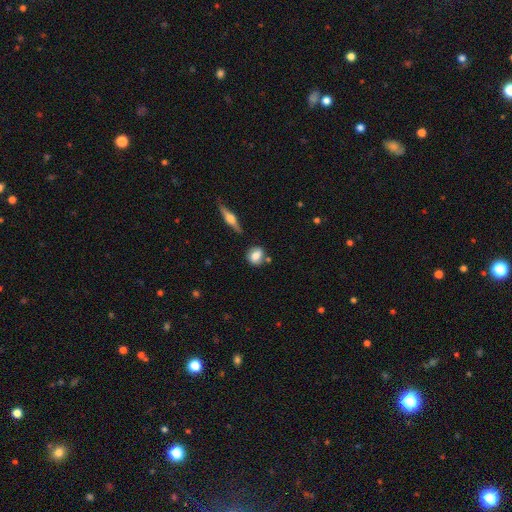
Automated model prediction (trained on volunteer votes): smooth_or_featured: smooth (p=0.71) [alt: featured or disk p=0.21]
how_rounded: round (p=0.56) [alt: in between p=0.40]
merging: none (p=0.71) [alt: minor disturbance p=0.17]